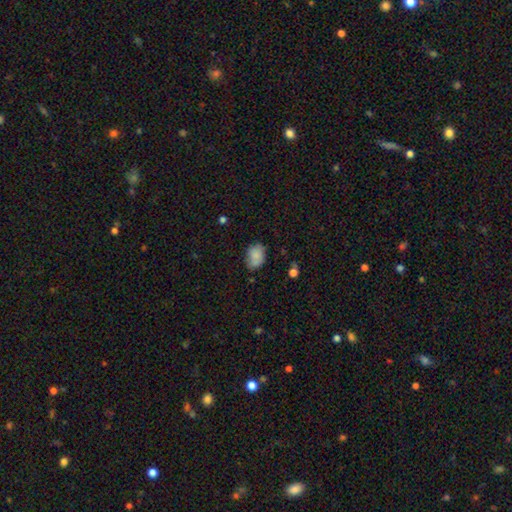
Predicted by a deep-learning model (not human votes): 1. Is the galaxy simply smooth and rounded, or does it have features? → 81% smooth, 10% featured or disk, 9% star or artifact.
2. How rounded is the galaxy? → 73% in between, 26% round, 1% cigar-shaped.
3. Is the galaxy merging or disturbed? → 61% none, 29% minor disturbance, 7% major disturbance, 4% merger.